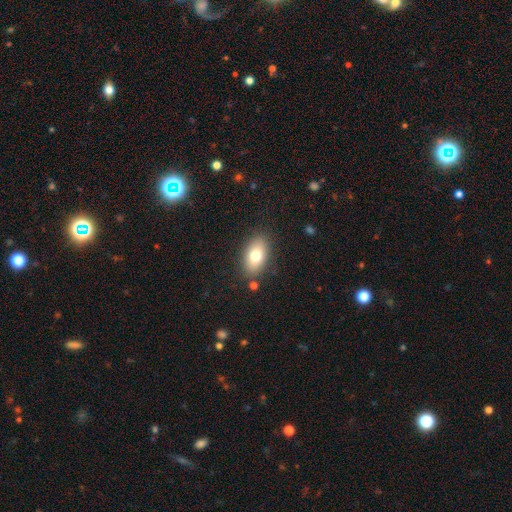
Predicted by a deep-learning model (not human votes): This is likely a smooth galaxy (77%). How rounded: clearly in between (91%). Merging: clearly none (84%).